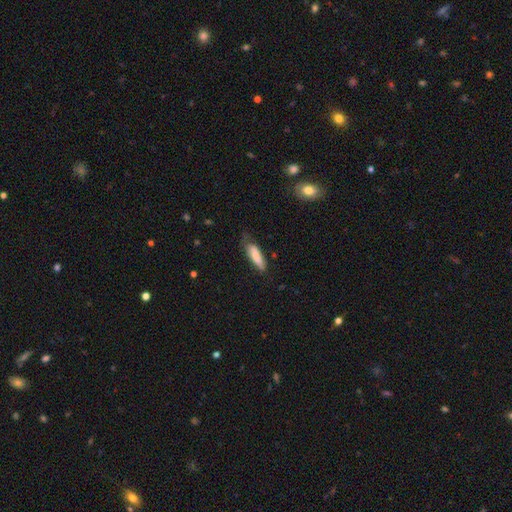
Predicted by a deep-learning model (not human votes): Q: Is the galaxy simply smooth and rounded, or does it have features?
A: smooth — 75%.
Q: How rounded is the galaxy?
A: cigar-shaped — 55%.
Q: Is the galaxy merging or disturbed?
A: none — 53%.